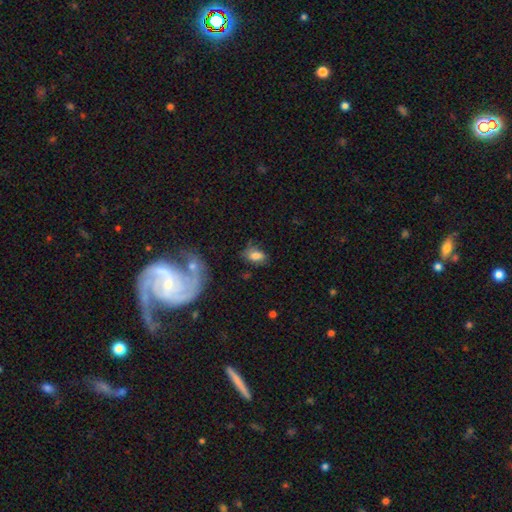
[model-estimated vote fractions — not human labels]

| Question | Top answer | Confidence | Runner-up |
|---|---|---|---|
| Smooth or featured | smooth | 74% | featured or disk (16%) |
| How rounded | in between | 87% | round (9%) |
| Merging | none | 61% | minor disturbance (26%) |